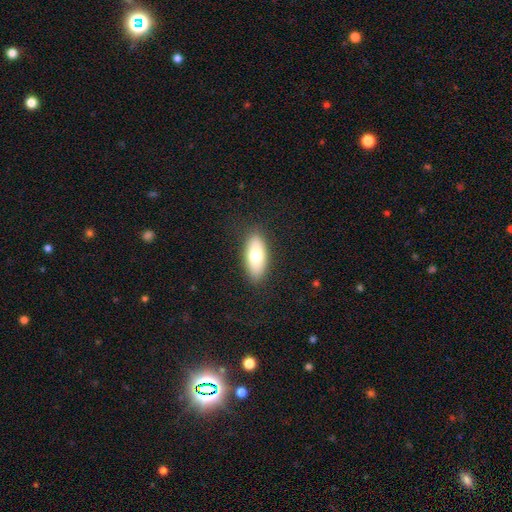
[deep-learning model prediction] This is likely a smooth galaxy (73%). How rounded: clearly in between (82%). Merging: clearly none (87%).